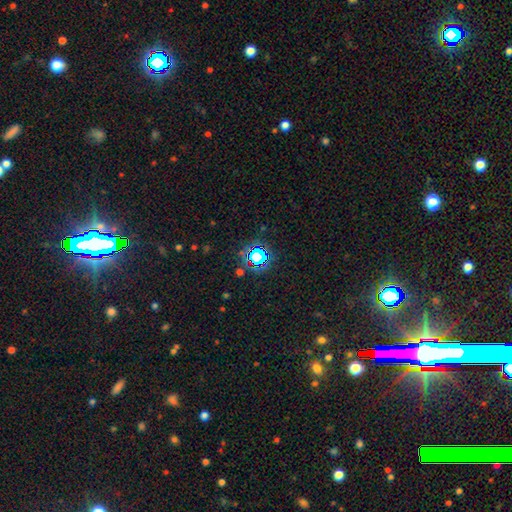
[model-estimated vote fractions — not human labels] Q: Smooth or featured?
A: star or artifact (76%); runner-up: smooth (16%)